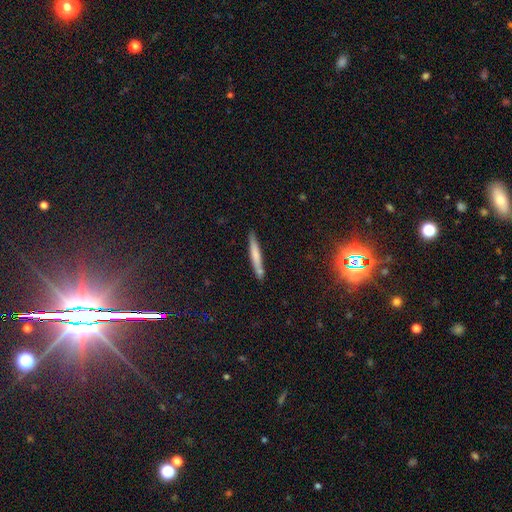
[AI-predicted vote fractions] Smooth or featured?
  - smooth: 63% *
  - featured or disk: 26%
  - star or artifact: 11%
How rounded?
  - cigar-shaped: 95% *
  - in between: 4%
  - round: 1%
Merging?
  - none: 82% *
  - minor disturbance: 11%
  - merger: 5%
  - major disturbance: 2%